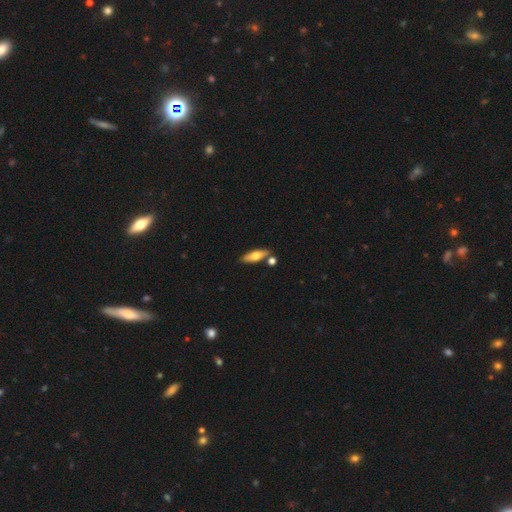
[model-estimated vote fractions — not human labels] A smooth galaxy with no disk features (67%) that is in between round and cigar-shaped (57%). Merging: none (75%).